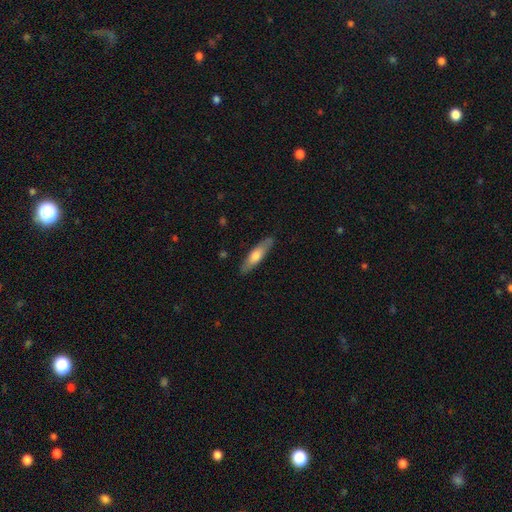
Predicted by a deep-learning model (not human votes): Morphology: type=smooth (61%); roundness=cigar-shaped (73%); merging=none (86%).